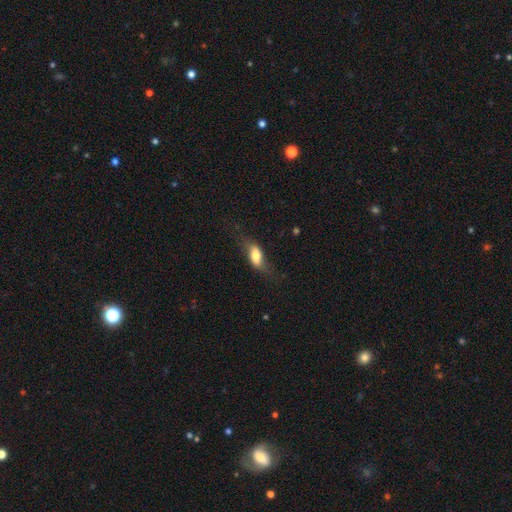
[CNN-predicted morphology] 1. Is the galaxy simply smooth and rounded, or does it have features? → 61% smooth, 31% featured or disk, 8% star or artifact.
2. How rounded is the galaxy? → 78% in between, 17% cigar-shaped, 6% round.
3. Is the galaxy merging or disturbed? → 55% none, 25% minor disturbance, 18% major disturbance, 2% merger.